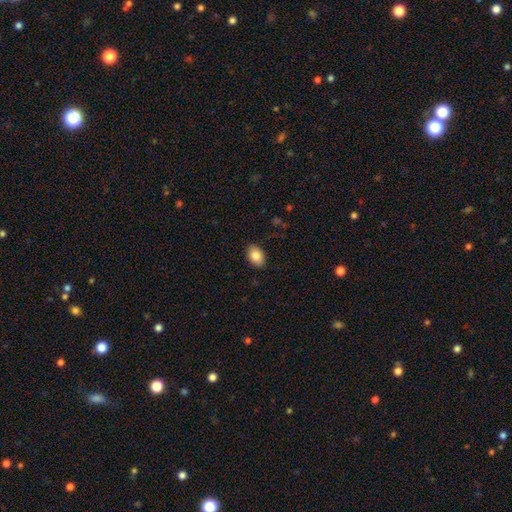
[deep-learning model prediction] smooth_or_featured: smooth (p=0.85) [alt: star or artifact p=0.08]
how_rounded: in between (p=0.87) [alt: round p=0.12]
merging: none (p=0.88) [alt: minor disturbance p=0.09]